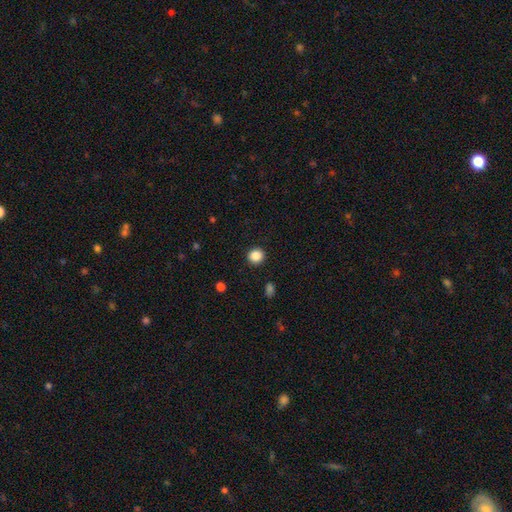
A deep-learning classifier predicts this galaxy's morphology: The model was most divided on "smooth or featured": smooth: 87%, star or artifact: 10%, featured or disk: 3%. More confident: merging — none (92%); how rounded — round (91%).